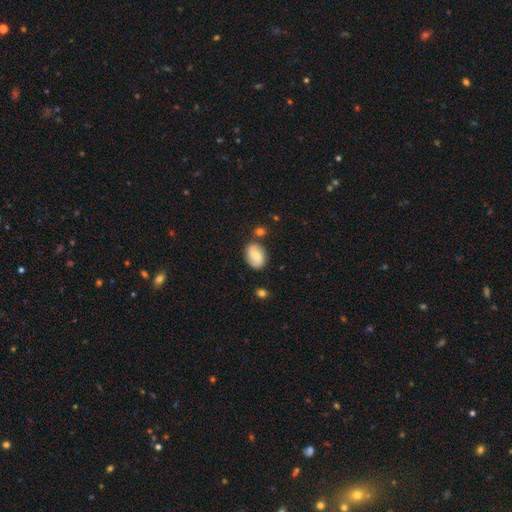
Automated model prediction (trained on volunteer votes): smooth 65%, featured or disk 27%, star or artifact 8%. Down the decision tree: how rounded — in between (77%); merging — none (73%).